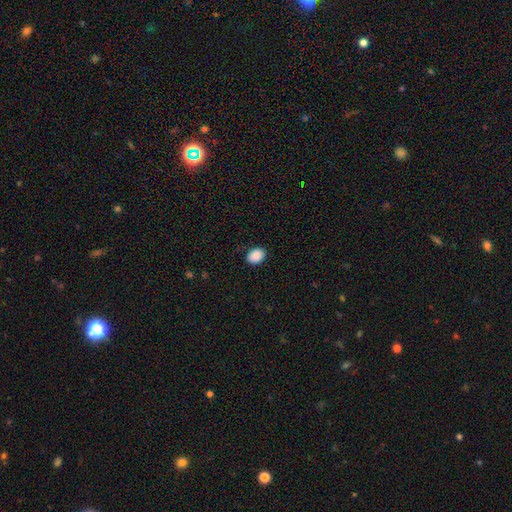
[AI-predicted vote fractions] smooth 90%, star or artifact 8%, featured or disk 3%. Down the decision tree: how rounded — in between (68%); merging — none (89%).